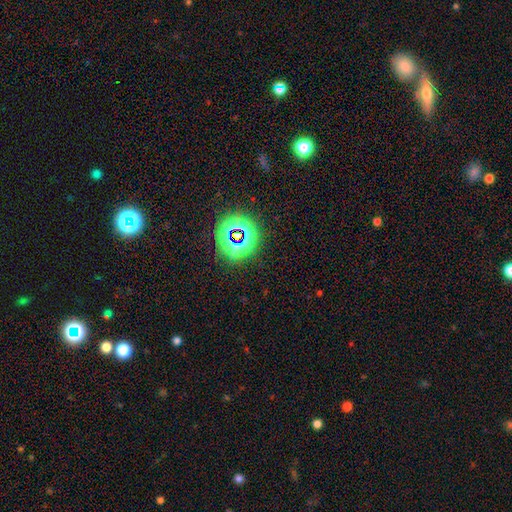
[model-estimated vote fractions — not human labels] A star or artifact, not a galaxy (80%).

Vote fractions:
- Smooth or featured? star or artifact: 80% / smooth: 12% / featured or disk: 8%